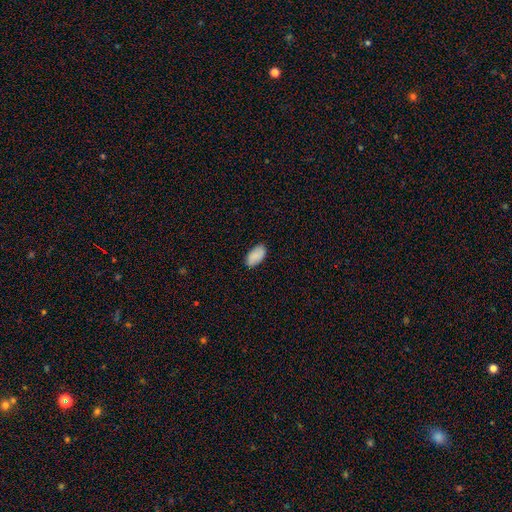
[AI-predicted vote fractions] A smooth galaxy with no disk features (87%) that is in between round and cigar-shaped (95%).

Vote fractions:
- Smooth or featured? smooth: 87% / star or artifact: 6% / featured or disk: 6%
- How rounded? in between: 95% / round: 3% / cigar-shaped: 2%
- Merging? none: 86% / minor disturbance: 11% / major disturbance: 2% / merger: 1%